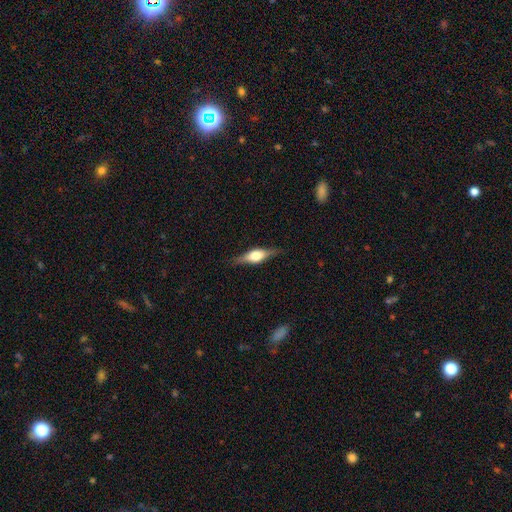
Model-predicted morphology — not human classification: This appears to be a featured or disk galaxy (62%) viewed edge-on (96%) with a rounded central bulge (90%). Merging: none (86%).